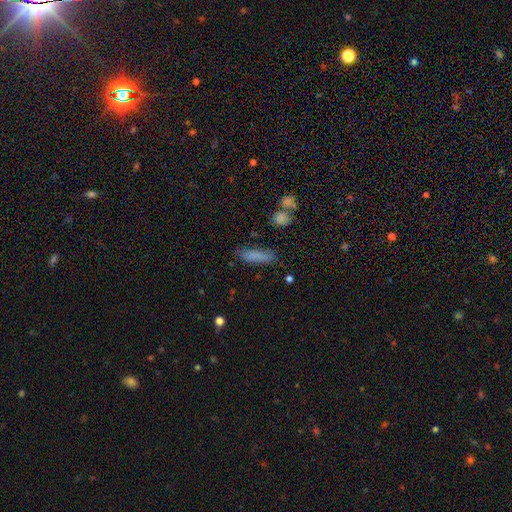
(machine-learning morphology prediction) A smooth galaxy with no disk features (80%) that is cigar-shaped (59%). Merging: none (77%).